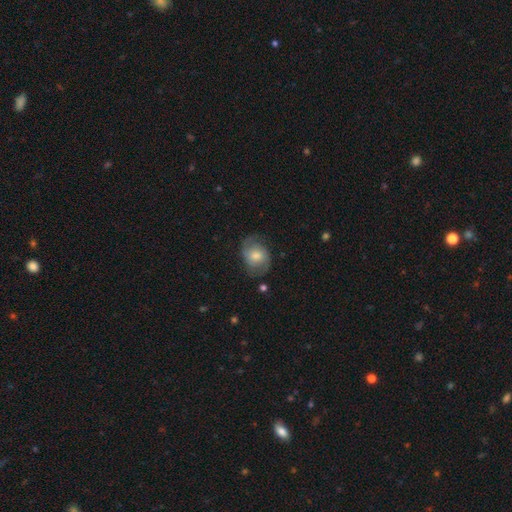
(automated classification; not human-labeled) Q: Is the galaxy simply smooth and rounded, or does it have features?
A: featured or disk — 54%.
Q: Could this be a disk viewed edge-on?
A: no — 97%.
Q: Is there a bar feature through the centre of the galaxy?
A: no — 65%.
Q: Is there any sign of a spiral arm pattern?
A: yes — 85%.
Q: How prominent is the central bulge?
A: moderate — 51%.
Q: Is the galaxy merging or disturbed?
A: none — 68%.